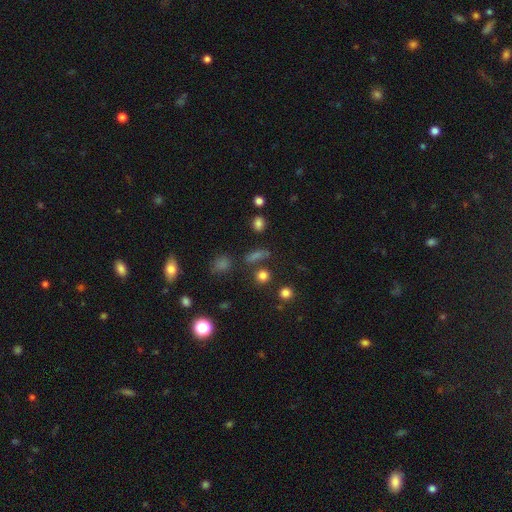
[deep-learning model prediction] Morphology: type=smooth (55%); roundness=round (46%); merging=none (71%).